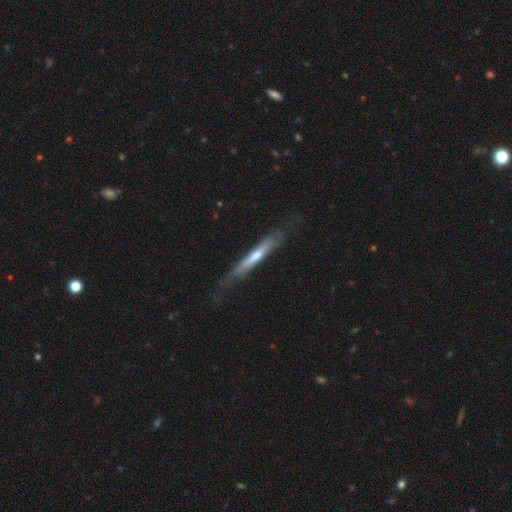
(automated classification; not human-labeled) Overall: featured or disk (60%; smooth 34%). Edge-on disk: yes (85%). Edge-on bulge: rounded (48%; none 44%). Merging: none (68%).